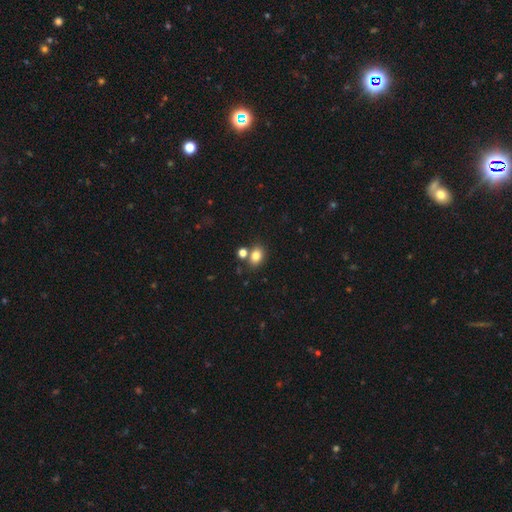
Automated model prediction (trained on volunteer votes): A smooth galaxy with no disk features (81%) that is in between round and cigar-shaped (62%).

Vote fractions:
- Smooth or featured? smooth: 81% / star or artifact: 12% / featured or disk: 7%
- How rounded? in between: 62% / round: 37% / cigar-shaped: 1%
- Merging? none: 66% / merger: 20% / minor disturbance: 11% / major disturbance: 3%